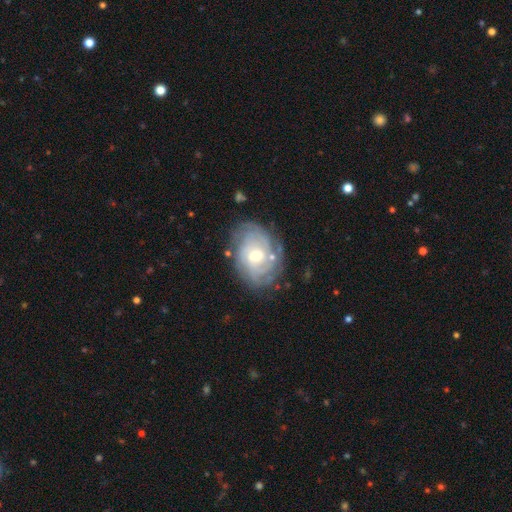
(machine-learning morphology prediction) Smooth or featured?
  - featured or disk: 82% *
  - smooth: 12%
  - star or artifact: 6%
Edge-on disk?
  - no: 97% *
  - yes: 3%
Bar?
  - no: 62% *
  - weak: 32%
  - strong: 6%
Spiral arms?
  - yes: 92% *
  - no: 8%
Spiral winding?
  - tight: 69% *
  - medium: 24%
  - loose: 7%
Spiral arm count?
  - can't tell: 41% *
  - 3: 18%
  - 2: 15%
  - 4: 14%
  - more than 4: 7%
  - 1: 5%
Bulge size?
  - moderate: 64% *
  - small: 30%
  - large: 4%
  - none: 1%
  - dominant: 1%
Merging?
  - none: 74% *
  - minor disturbance: 17%
  - major disturbance: 6%
  - merger: 3%